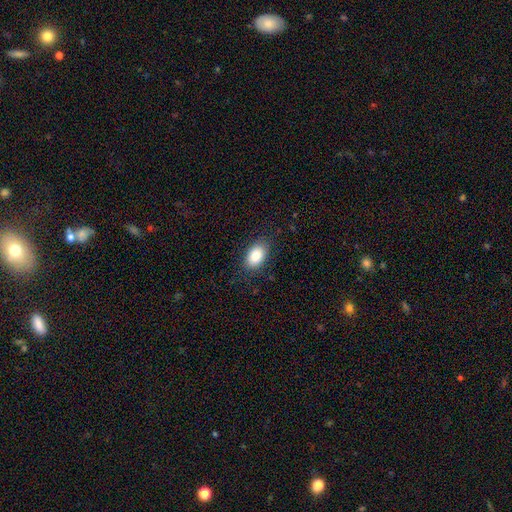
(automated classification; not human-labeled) smooth 87%, star or artifact 7%, featured or disk 6%. Down the decision tree: how rounded — in between (91%); merging — none (84%).